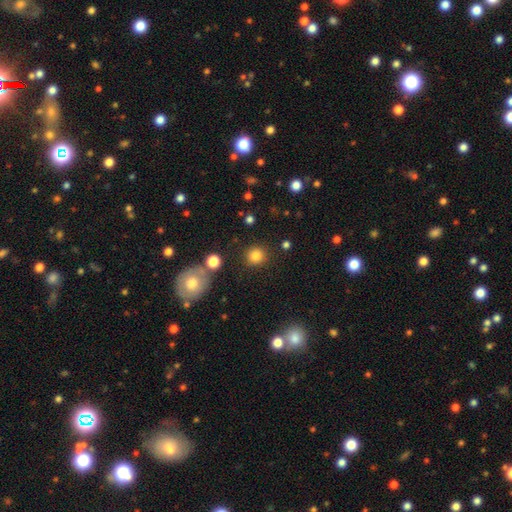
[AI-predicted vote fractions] smooth 83%, star or artifact 12%, featured or disk 5%. Down the decision tree: how rounded — round (90%); merging — none (86%).